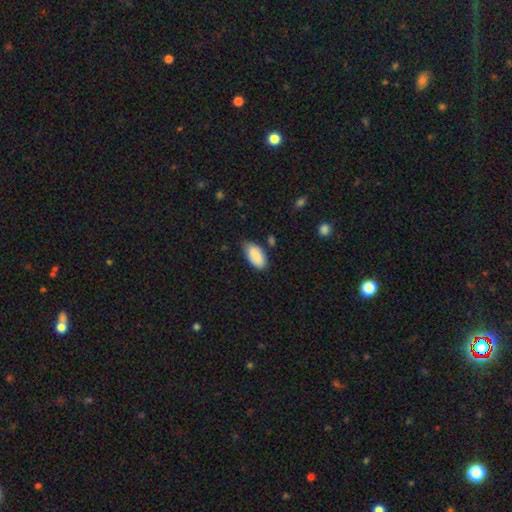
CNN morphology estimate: Overall: smooth (86%). How rounded: in between (94%). Merging: none (71%).